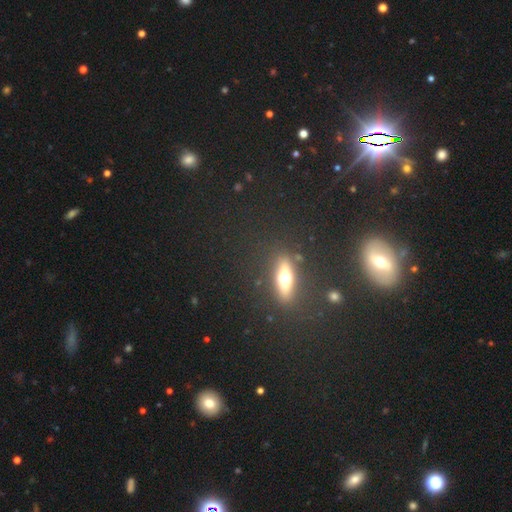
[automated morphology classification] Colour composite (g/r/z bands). It shows a star or artifact, not a galaxy (38%, tied with smooth).